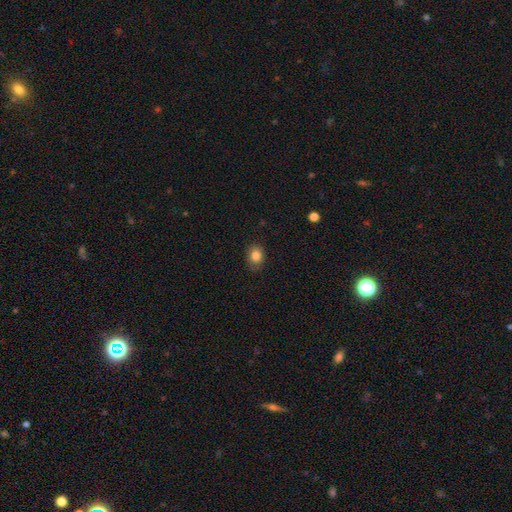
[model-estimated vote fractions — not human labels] Smooth or featured: smooth — 84% (star or artifact — 10%)
How rounded: round — 51% (in between — 48%)
Merging: none — 81% (minor disturbance — 15%)